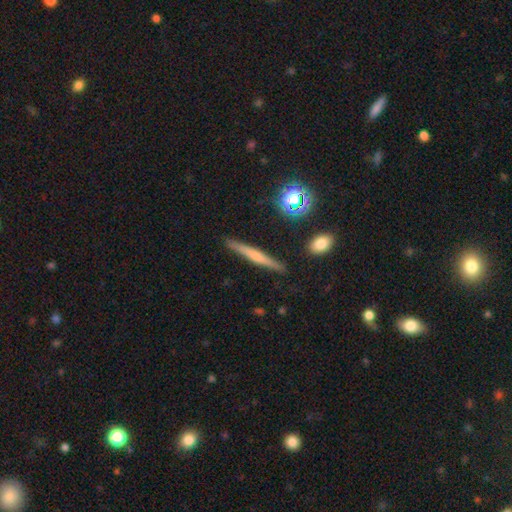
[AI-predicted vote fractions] Smooth or featured?
  - featured or disk: 47% *
  - smooth: 44%
  - star or artifact: 9%
Merging?
  - none: 90% *
  - minor disturbance: 7%
  - major disturbance: 2%
  - merger: 2%